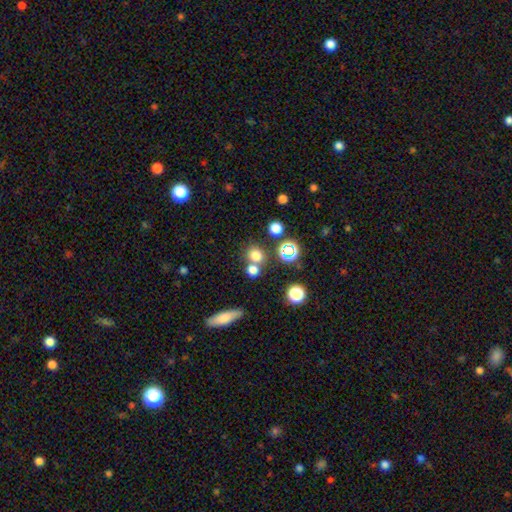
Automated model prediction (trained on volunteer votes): This appears to be a smooth galaxy with no disk features (73%) that is round (80%). Merging: none (60%).